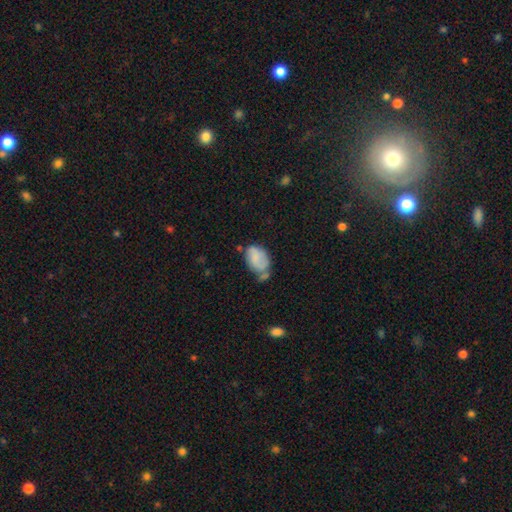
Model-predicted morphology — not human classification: Smooth or featured: smooth — 68% (featured or disk — 24%)
How rounded: in between — 85% (round — 13%)
Merging: none — 35% (minor disturbance — 31%)